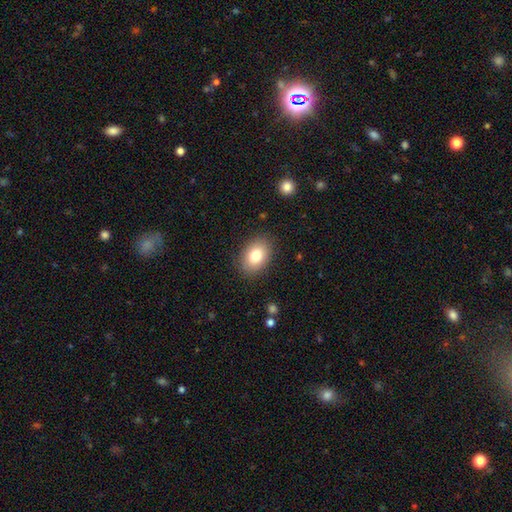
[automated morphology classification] A smooth galaxy with no disk features (81%) that is in between round and cigar-shaped (81%). Merging: none (86%).